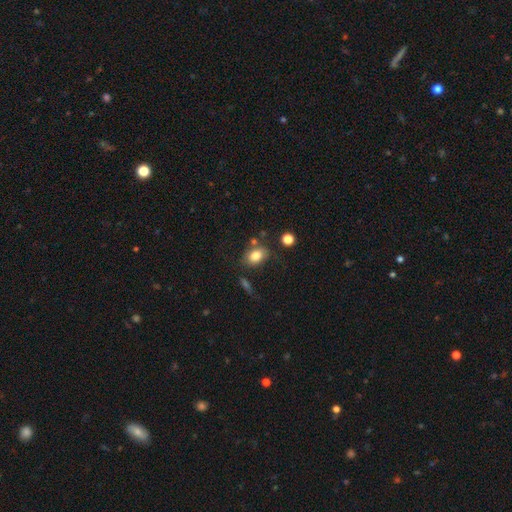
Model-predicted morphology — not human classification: smooth_or_featured: smooth (p=0.81) [alt: star or artifact p=0.10]
how_rounded: in between (p=0.72) [alt: round p=0.26]
merging: none (p=0.71) [alt: minor disturbance p=0.16]